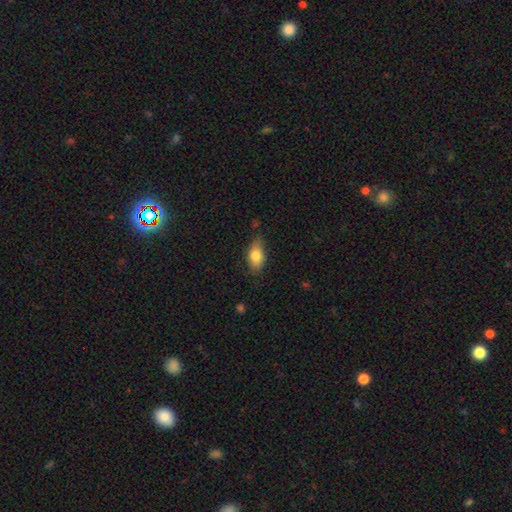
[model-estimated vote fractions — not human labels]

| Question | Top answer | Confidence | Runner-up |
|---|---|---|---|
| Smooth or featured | smooth | 78% | featured or disk (15%) |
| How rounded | in between | 85% | cigar-shaped (9%) |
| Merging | none | 74% | minor disturbance (21%) |